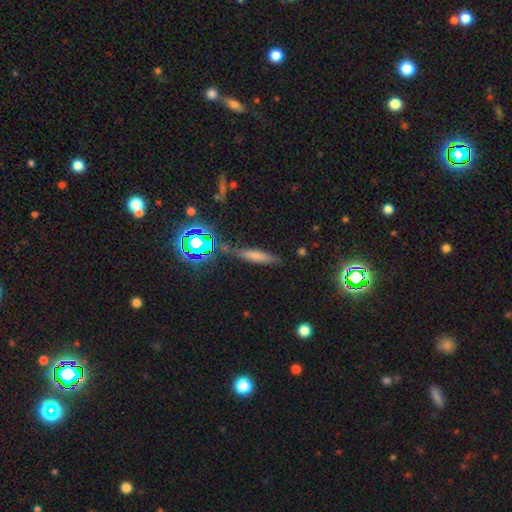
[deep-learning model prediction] A smooth galaxy with no disk features (65%) that is cigar-shaped (79%).

Vote fractions:
- Smooth or featured? smooth: 65% / featured or disk: 18% / star or artifact: 17%
- How rounded? cigar-shaped: 79% / in between: 18% / round: 3%
- Merging? none: 75% / minor disturbance: 15% / merger: 5% / major disturbance: 5%